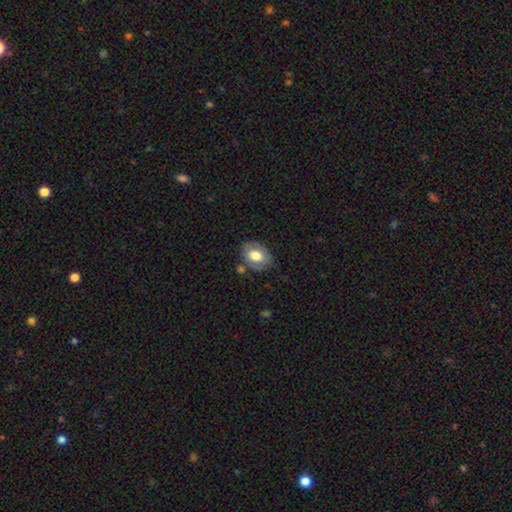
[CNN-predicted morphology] Overall: smooth (62%; featured or disk 31%). How rounded: in between (77%). Merging: none (71%).